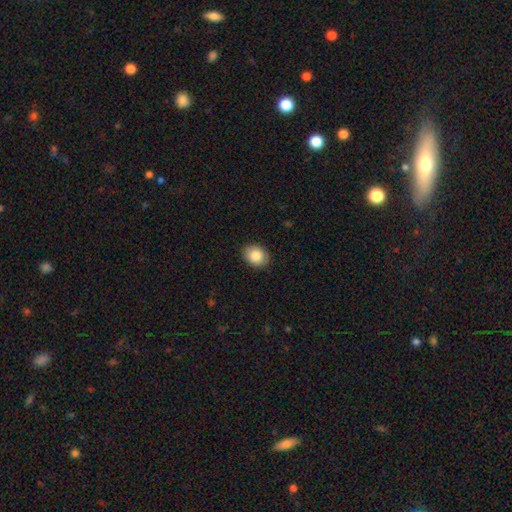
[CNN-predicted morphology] Q: Smooth or featured?
A: smooth (86%); runner-up: star or artifact (8%)
Q: How rounded?
A: in between (59%); runner-up: round (40%)
Q: Merging?
A: none (88%); runner-up: minor disturbance (9%)